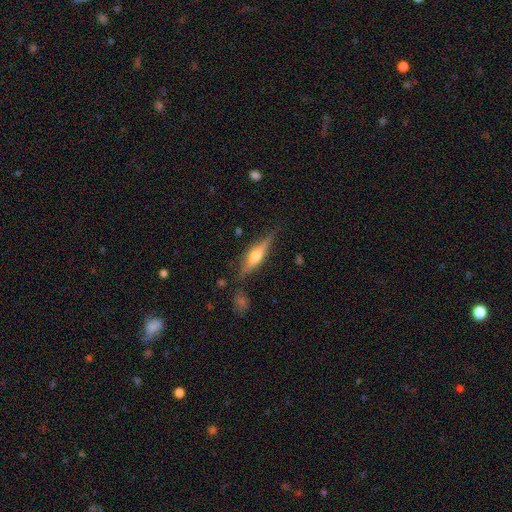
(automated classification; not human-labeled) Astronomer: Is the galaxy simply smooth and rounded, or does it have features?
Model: featured or disk — 69%.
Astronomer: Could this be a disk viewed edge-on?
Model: yes — 96%.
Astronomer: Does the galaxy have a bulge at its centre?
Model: rounded — 90%.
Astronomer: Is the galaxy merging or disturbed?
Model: none — 83%.